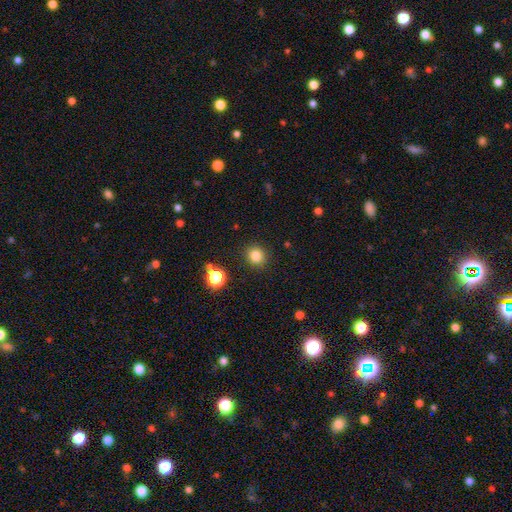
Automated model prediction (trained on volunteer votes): The model was most divided on "smooth or featured": smooth: 82%, star or artifact: 13%, featured or disk: 5%. More confident: merging — none (90%); how rounded — round (87%).